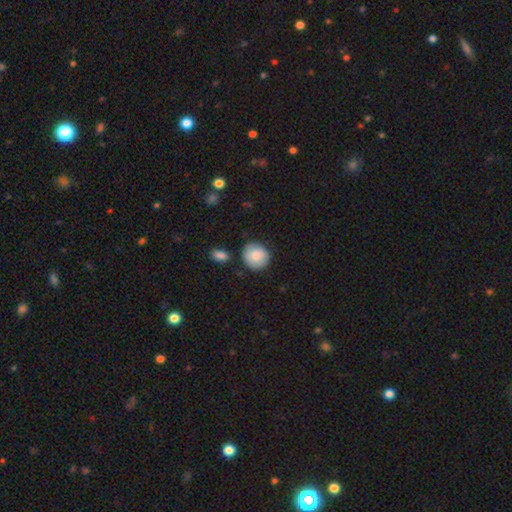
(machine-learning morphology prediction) type=smooth (85%); roundness=round (90%); merging=none (79%).